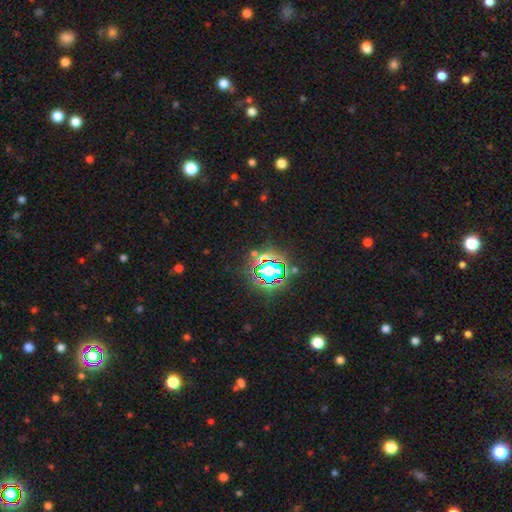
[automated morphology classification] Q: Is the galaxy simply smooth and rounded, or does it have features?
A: star or artifact — 77%.